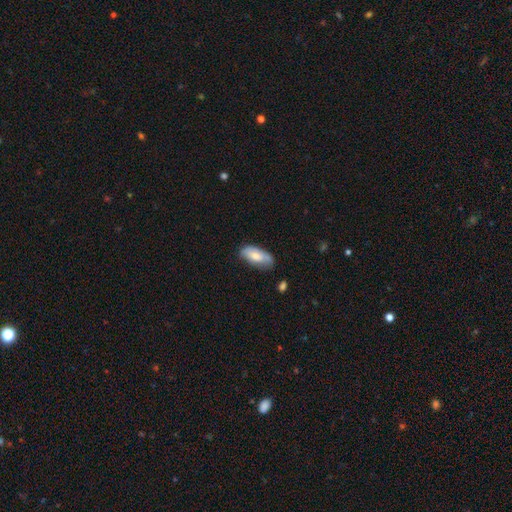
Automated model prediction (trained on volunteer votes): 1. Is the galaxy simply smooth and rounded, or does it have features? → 72% smooth, 22% featured or disk, 6% star or artifact.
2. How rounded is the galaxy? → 88% in between, 10% cigar-shaped, 2% round.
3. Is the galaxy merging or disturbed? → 61% none, 29% minor disturbance, 7% major disturbance, 3% merger.